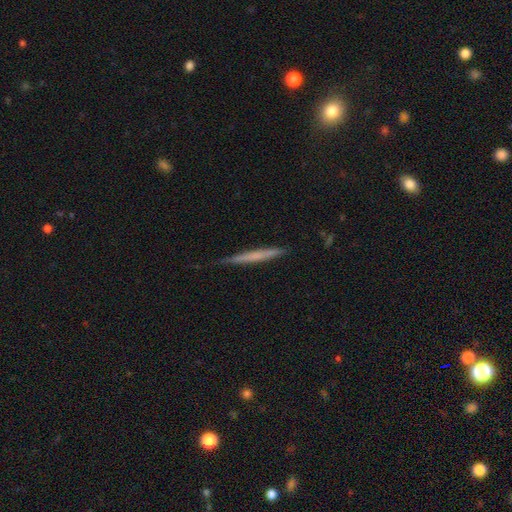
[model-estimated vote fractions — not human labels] The model was most divided on "smooth or featured": smooth: 50%, featured or disk: 44%, star or artifact: 6%. More confident: merging — none (83%).